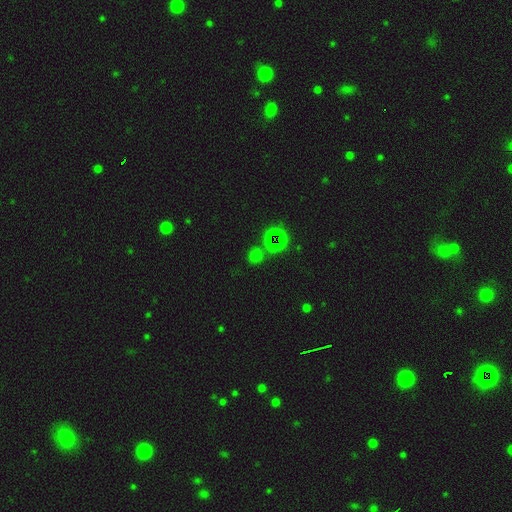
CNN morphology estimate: type=smooth (50%); roundness=round (82%); merging=none (68%).